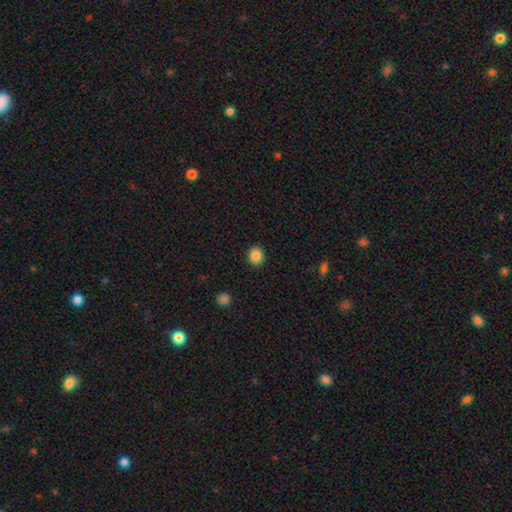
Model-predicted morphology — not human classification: type=smooth (86%); roundness=round (81%); merging=none (92%).